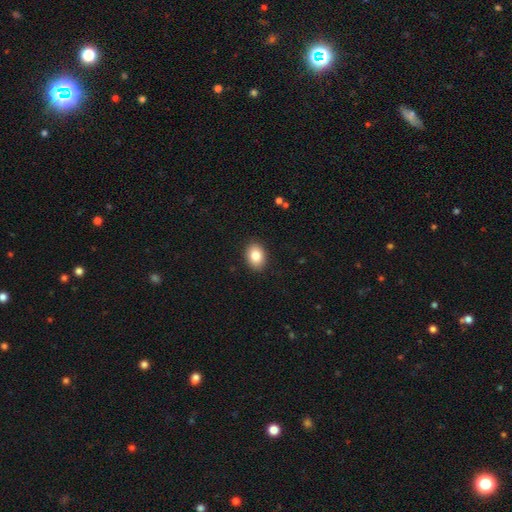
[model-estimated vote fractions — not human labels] A smooth galaxy with no disk features (86%) that is in between round and cigar-shaped (75%).

Vote fractions:
- Smooth or featured? smooth: 86% / star or artifact: 8% / featured or disk: 7%
- How rounded? in between: 75% / round: 24% / cigar-shaped: 1%
- Merging? none: 90% / minor disturbance: 7% / major disturbance: 2% / merger: 1%